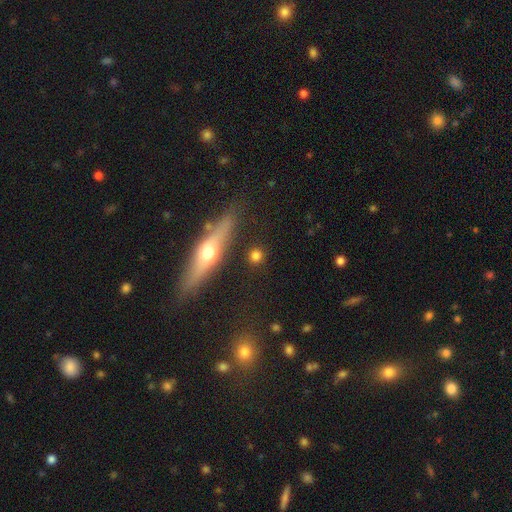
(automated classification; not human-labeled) This appears to be a smooth galaxy with no disk features (77%) that is round (84%). Merging: none (87%).